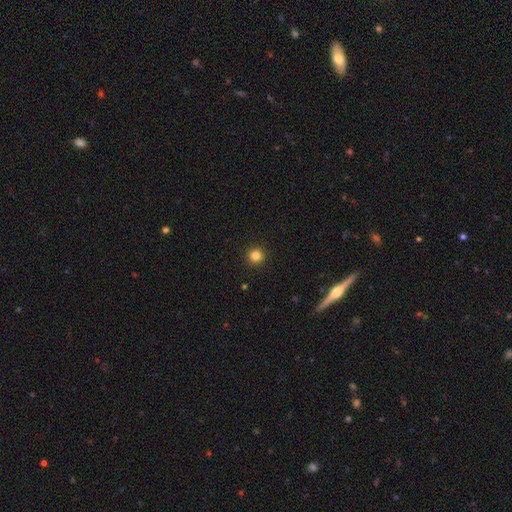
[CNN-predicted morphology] A smooth galaxy with no disk features (84%) that is round (95%). Merging: none (93%).